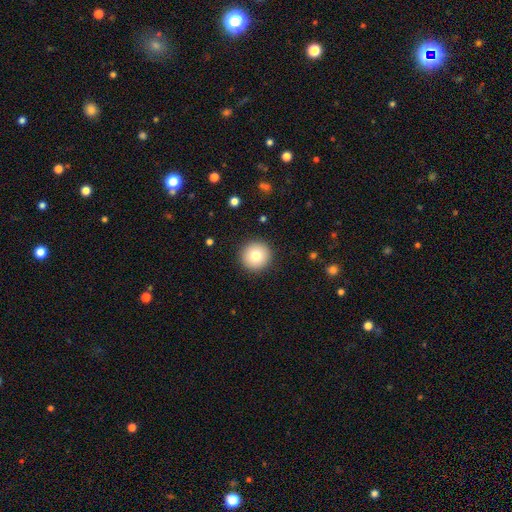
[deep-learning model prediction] This appears to be a smooth galaxy with no disk features (79%) that is round (96%). Merging: none (92%).